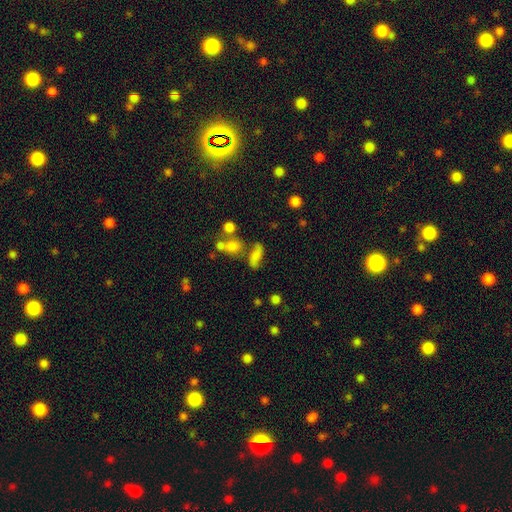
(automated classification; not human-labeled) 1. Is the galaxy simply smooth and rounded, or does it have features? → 61% smooth, 24% featured or disk, 15% star or artifact.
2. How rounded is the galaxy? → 65% in between, 22% cigar-shaped, 13% round.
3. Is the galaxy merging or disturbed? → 45% none, 23% merger, 19% minor disturbance, 13% major disturbance.